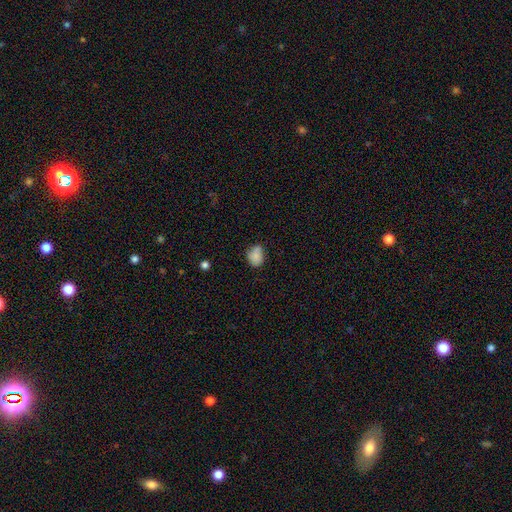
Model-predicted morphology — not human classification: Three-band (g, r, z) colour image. It shows a smooth galaxy with no disk features (79%) that is in between round and cigar-shaped (63%). Merging: none (59%).